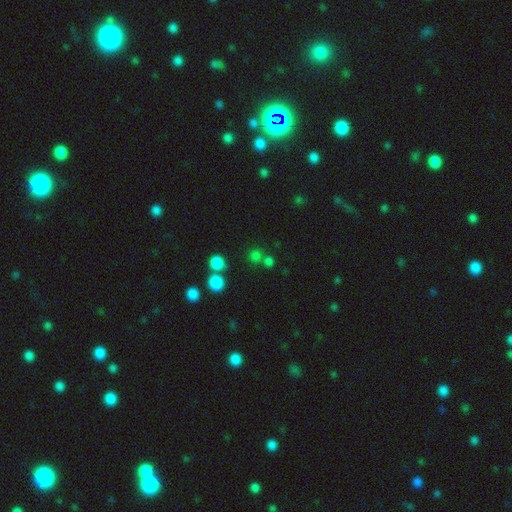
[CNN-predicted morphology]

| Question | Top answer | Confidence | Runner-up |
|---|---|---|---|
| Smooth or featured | smooth | 71% | star or artifact (23%) |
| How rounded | round | 89% | in between (10%) |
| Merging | none | 66% | merger (22%) |